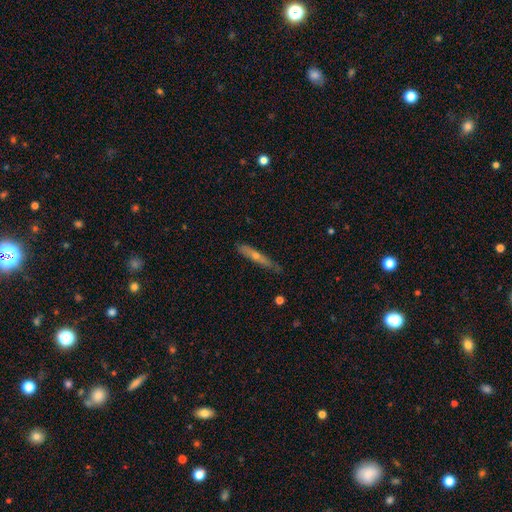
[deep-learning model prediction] A featured or disk galaxy (56%) viewed edge-on (89%) with a rounded central bulge (76%).

Vote fractions:
- Smooth or featured? featured or disk: 56% / smooth: 37% / star or artifact: 7%
- Edge-on disk? yes: 89% / no: 11%
- Edge-on bulge? rounded: 76% / none: 21% / boxy: 3%
- Merging? none: 79% / minor disturbance: 17% / major disturbance: 3% / merger: 2%